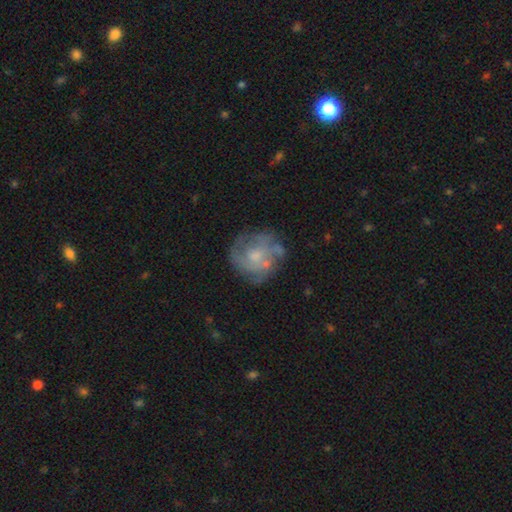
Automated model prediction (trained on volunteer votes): featured or disk 62%, smooth 20%, star or artifact 18%. Down the decision tree: edge-on disk — no (97%); bar — no (73%); spiral arms — yes (88%); spiral arm count — can't tell (36%); spiral winding — tight (59%); bulge size — small (57%); merging — none (79%).